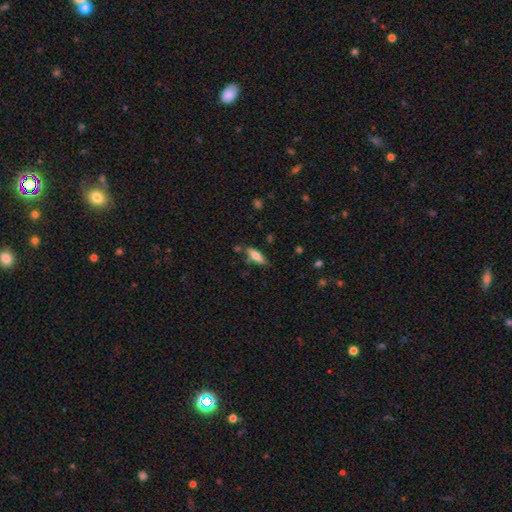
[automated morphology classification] Overall: smooth (75%). How rounded: in between (62%; cigar-shaped 36%). Merging: none (71%).